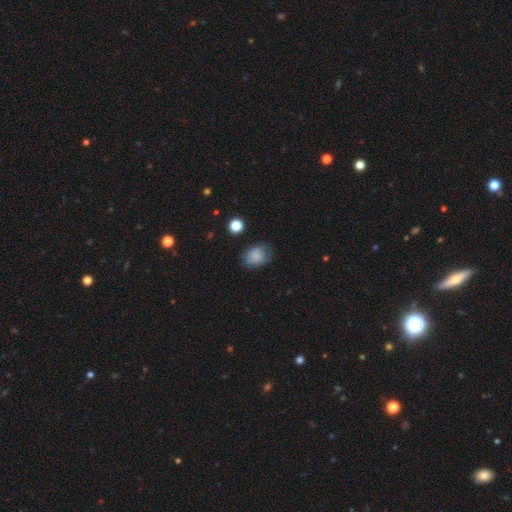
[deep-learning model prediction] This appears to be a smooth galaxy with no disk features (76%) that is in between round and cigar-shaped (62%). Merging: none (64%).